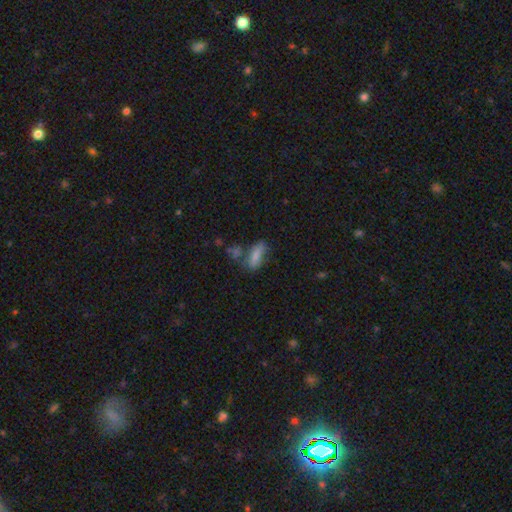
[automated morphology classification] smooth_or_featured: smooth (p=0.76) [alt: featured or disk p=0.14]
how_rounded: in between (p=0.65) [alt: cigar-shaped p=0.31]
merging: none (p=0.47) [alt: minor disturbance p=0.23]